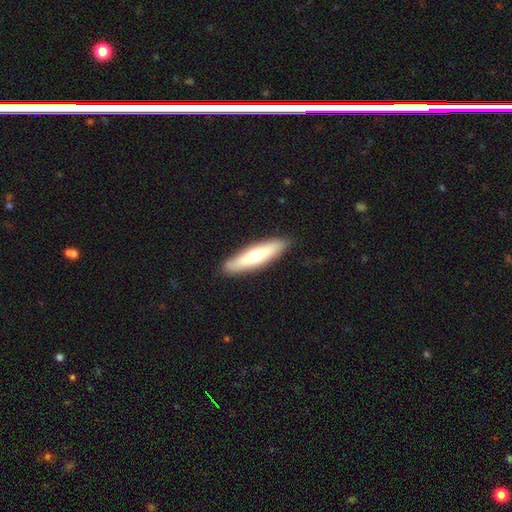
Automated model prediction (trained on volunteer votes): smooth-or-featured: smooth: 59% | featured or disk: 36% | star or artifact: 5%
  how-rounded: cigar-shaped: 77% | in between: 21% | round: 2%
  merging: none: 89% | minor disturbance: 9% | major disturbance: 2% | merger: 1%